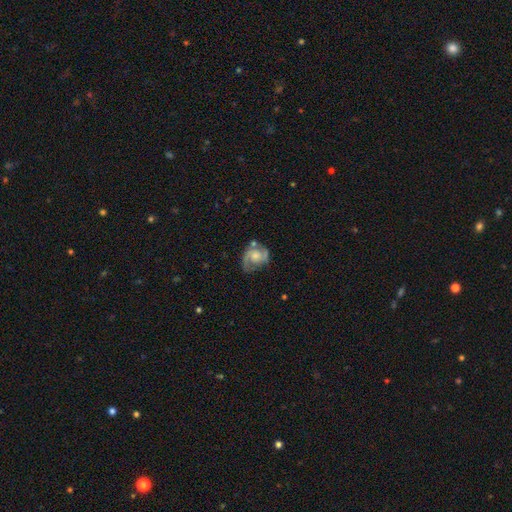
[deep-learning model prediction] smooth-or-featured: featured or disk: 75% | smooth: 18% | star or artifact: 7%
  disk-edge-on: no: 98% | yes: 2%
    bar: no: 69% | weak: 27% | strong: 4%
    has-spiral-arms: yes: 92% | no: 8%
      spiral-winding: medium: 51% | loose: 25% | tight: 24%
      spiral-arm-count: 2: 82% | can't tell: 7% | 1: 5% | 3: 3% | 4: 1% | more than 4: 1%
    bulge-size: moderate: 47% | small: 35% | none: 8% | large: 8% | dominant: 2%
  merging: none: 59% | minor disturbance: 23% | major disturbance: 12% | merger: 6%